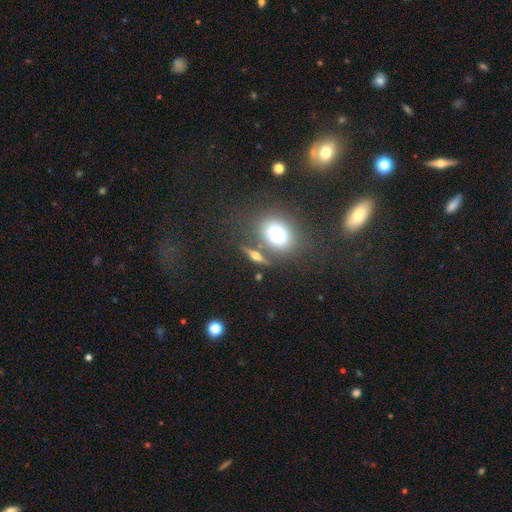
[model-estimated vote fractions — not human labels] Smooth or featured? featured or disk (46%)
Merging? none (75%)